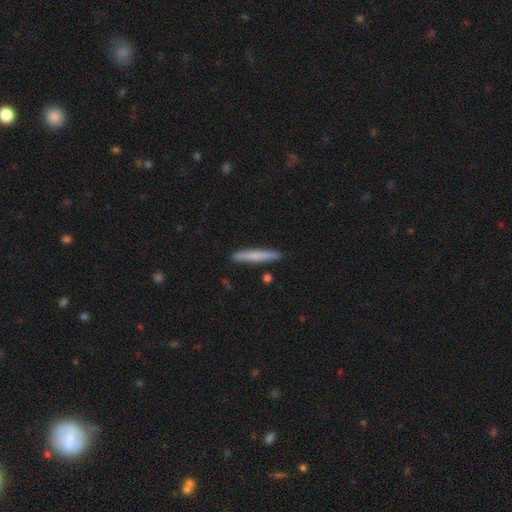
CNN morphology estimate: This appears to be a smooth galaxy with no disk features (68%) that is cigar-shaped (96%). Merging: none (90%).